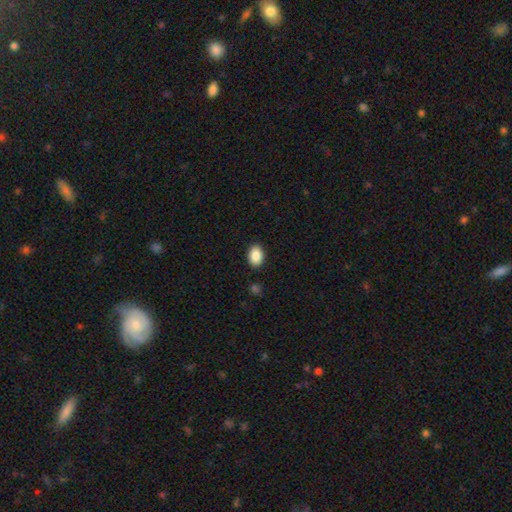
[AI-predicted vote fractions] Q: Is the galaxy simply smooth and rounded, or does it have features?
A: smooth — 88%.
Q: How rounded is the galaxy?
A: in between — 79%.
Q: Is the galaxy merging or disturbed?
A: none — 89%.